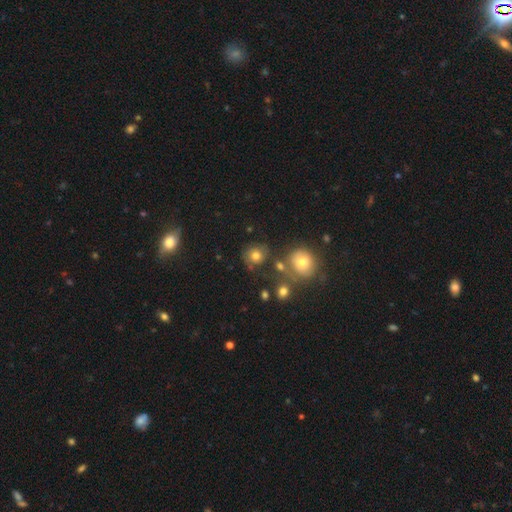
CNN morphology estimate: A smooth galaxy with no disk features (73%) that is round (84%).

Vote fractions:
- Smooth or featured? smooth: 73% / star or artifact: 14% / featured or disk: 14%
- How rounded? round: 84% / in between: 15% / cigar-shaped: 1%
- Merging? none: 66% / minor disturbance: 16% / merger: 11% / major disturbance: 8%